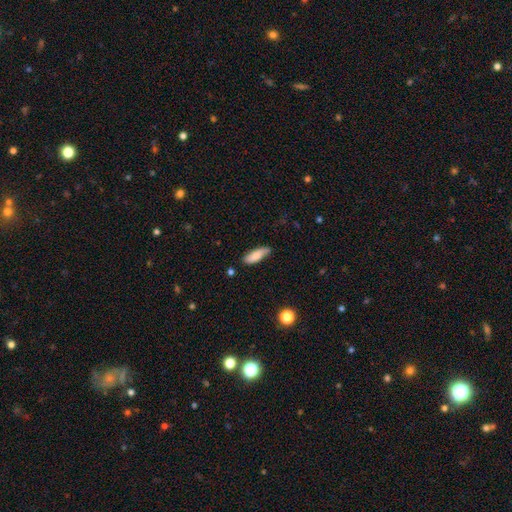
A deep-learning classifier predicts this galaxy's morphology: Overall: smooth (79%). How rounded: in between (60%; cigar-shaped 38%). Merging: none (74%).